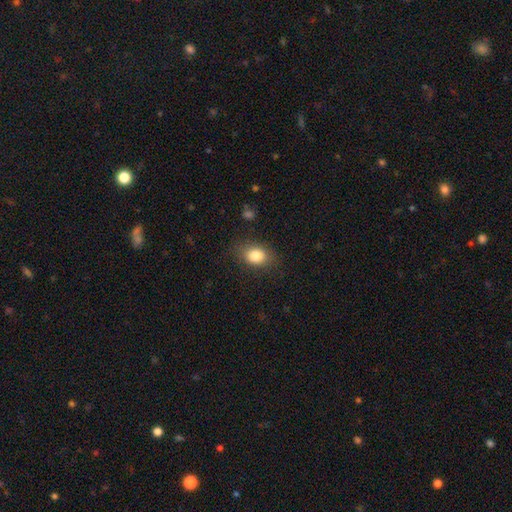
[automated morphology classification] smooth 82%, star or artifact 9%, featured or disk 8%. Down the decision tree: how rounded — in between (67%); merging — none (80%).